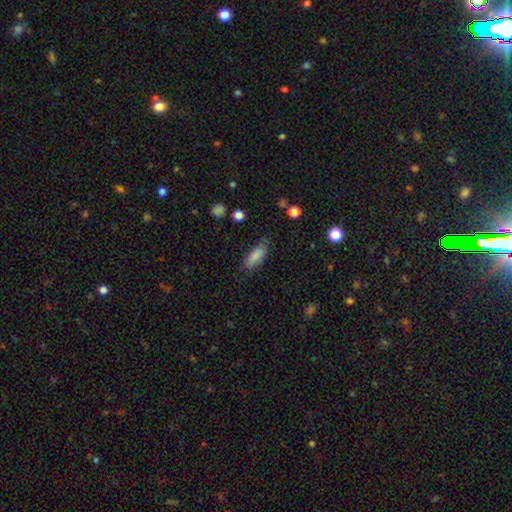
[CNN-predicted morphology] A smooth galaxy with no disk features (85%) that is in between round and cigar-shaped (71%).

Vote fractions:
- Smooth or featured? smooth: 85% / featured or disk: 8% / star or artifact: 7%
- How rounded? in between: 71% / cigar-shaped: 27% / round: 2%
- Merging? none: 69% / minor disturbance: 23% / major disturbance: 6% / merger: 2%